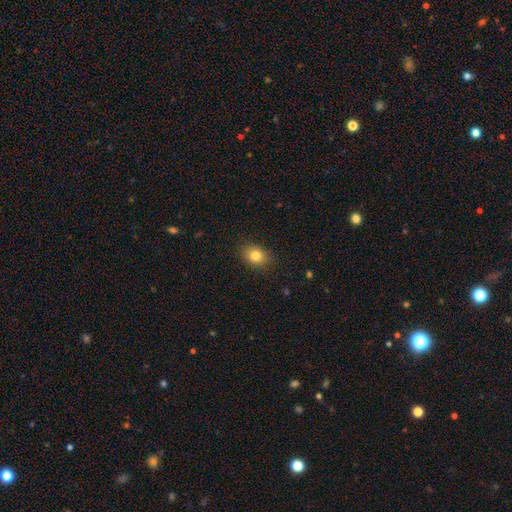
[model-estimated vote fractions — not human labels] Overall: smooth (82%). How rounded: in between (60%; round 39%). Merging: none (87%).